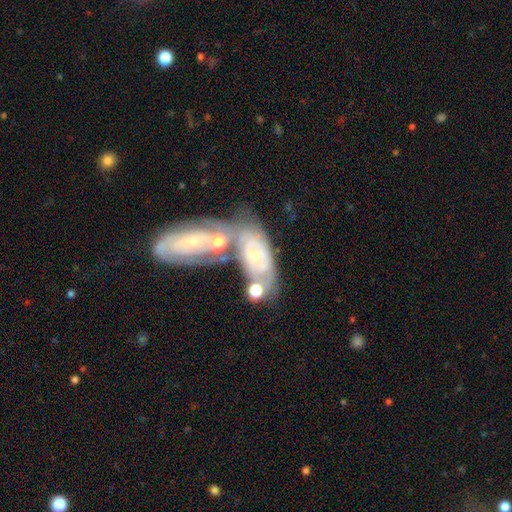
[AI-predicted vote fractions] Morphology: type=featured or disk (69%); edge-on=no (91%); bar=no (80%); spiral arms=yes (73%); bulge=small (70%); merging=merger (47%).